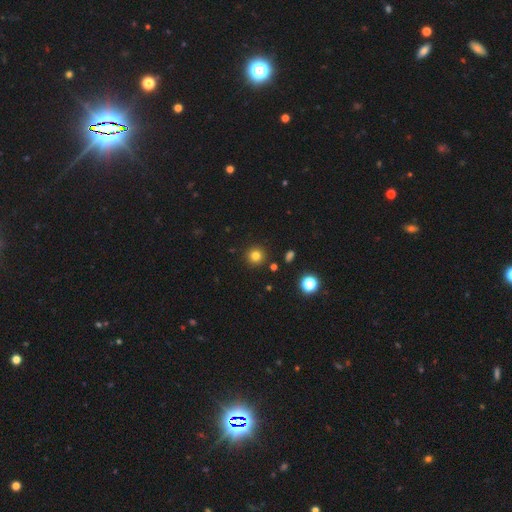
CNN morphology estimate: This appears to be a smooth galaxy with no disk features (79%) that is round (94%). Merging: none (90%).